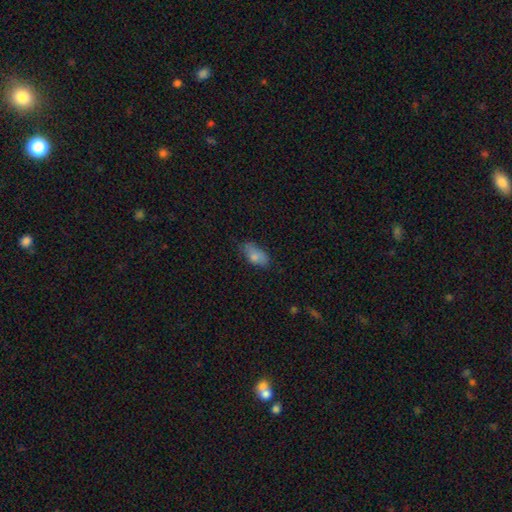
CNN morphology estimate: This appears to be a smooth galaxy with no disk features (80%) that is in between round and cigar-shaped (91%). Merging: none (61%).